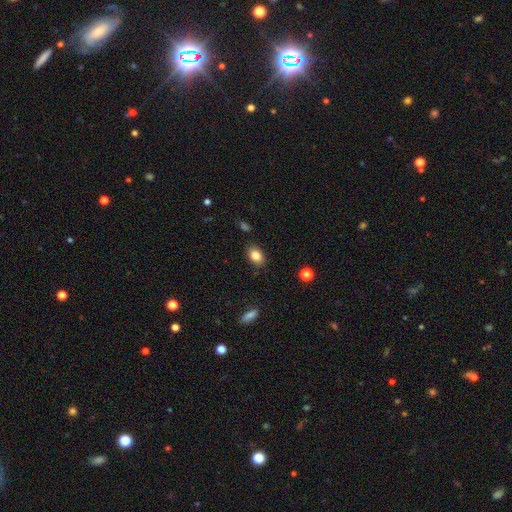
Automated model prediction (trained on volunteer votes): Smooth or featured: smooth — 84% (star or artifact — 9%)
How rounded: in between — 83% (round — 16%)
Merging: none — 85% (minor disturbance — 10%)